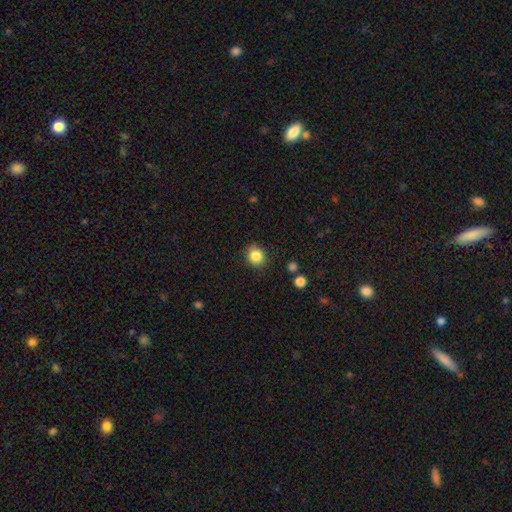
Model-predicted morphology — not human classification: smooth_or_featured: smooth (p=0.86) [alt: star or artifact p=0.10]
how_rounded: round (p=0.71) [alt: in between p=0.29]
merging: none (p=0.86) [alt: minor disturbance p=0.10]